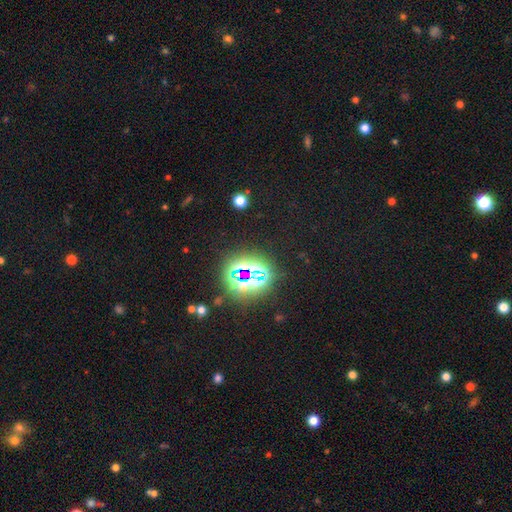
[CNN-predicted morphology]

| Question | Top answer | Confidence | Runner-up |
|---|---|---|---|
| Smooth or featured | star or artifact | 83% | smooth (11%) |